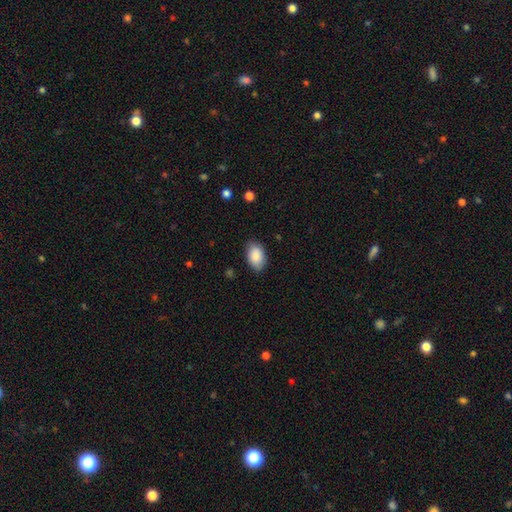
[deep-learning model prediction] smooth-or-featured: smooth: 88% | star or artifact: 6% | featured or disk: 6%
  how-rounded: in between: 91% | round: 8% | cigar-shaped: 1%
  merging: none: 84% | minor disturbance: 13% | major disturbance: 3% | merger: 1%